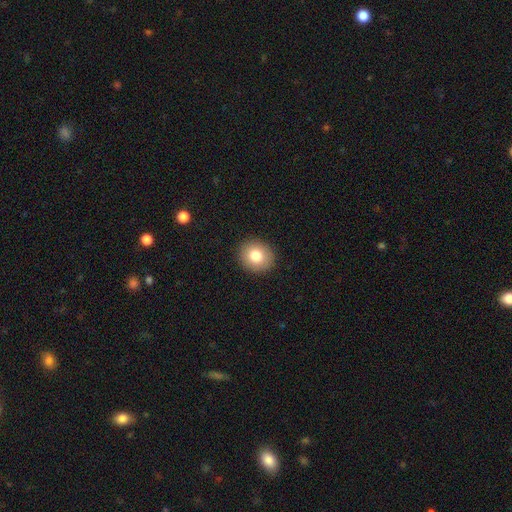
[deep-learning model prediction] Smooth or featured: smooth — 79% (featured or disk — 11%)
How rounded: round — 77% (in between — 22%)
Merging: none — 91% (minor disturbance — 6%)